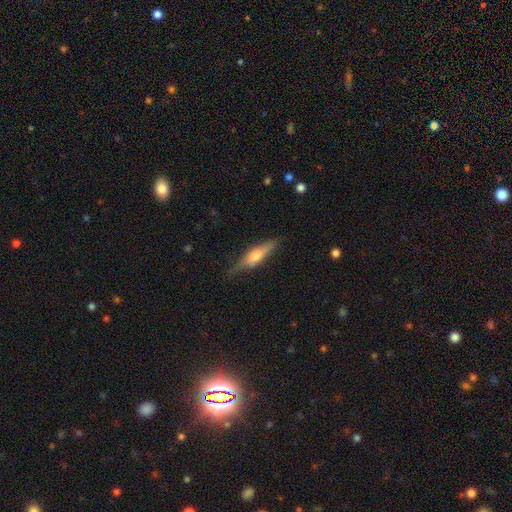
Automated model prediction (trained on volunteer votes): Smooth or featured?
  - featured or disk: 48% *
  - smooth: 46%
  - star or artifact: 6%
Merging?
  - none: 77% *
  - minor disturbance: 18%
  - major disturbance: 4%
  - merger: 1%